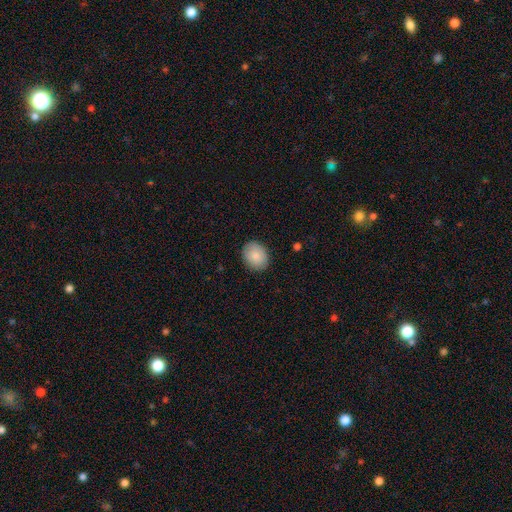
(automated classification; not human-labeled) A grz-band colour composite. It shows a smooth galaxy with no disk features (86%) that is in between round and cigar-shaped (57%). Merging: none (88%).